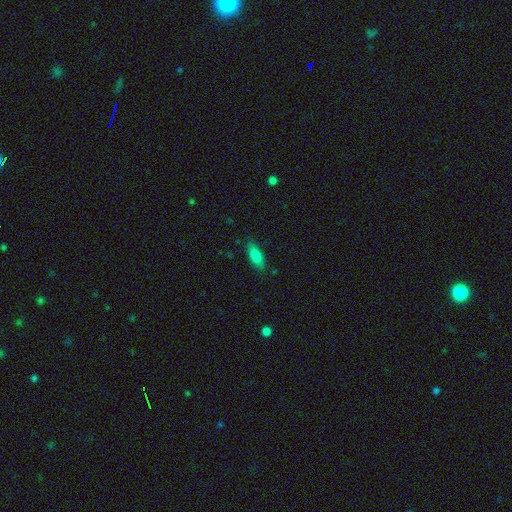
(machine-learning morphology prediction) Smooth or featured: smooth — 79% (featured or disk — 13%)
How rounded: in between — 68% (cigar-shaped — 30%)
Merging: none — 84% (minor disturbance — 13%)